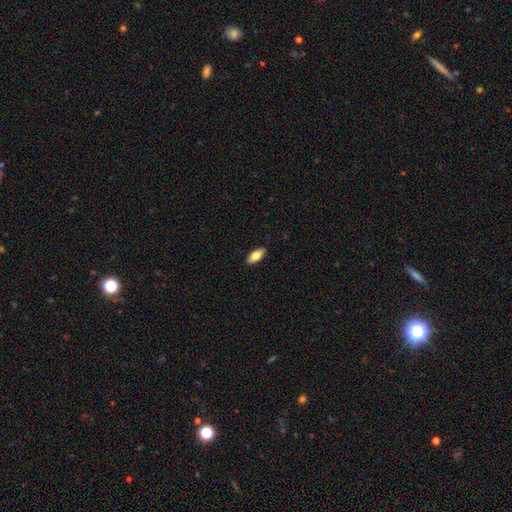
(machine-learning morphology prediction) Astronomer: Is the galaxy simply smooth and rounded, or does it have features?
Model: smooth — 80%.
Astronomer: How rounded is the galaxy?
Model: in between — 84%.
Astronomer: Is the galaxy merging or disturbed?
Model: none — 89%.